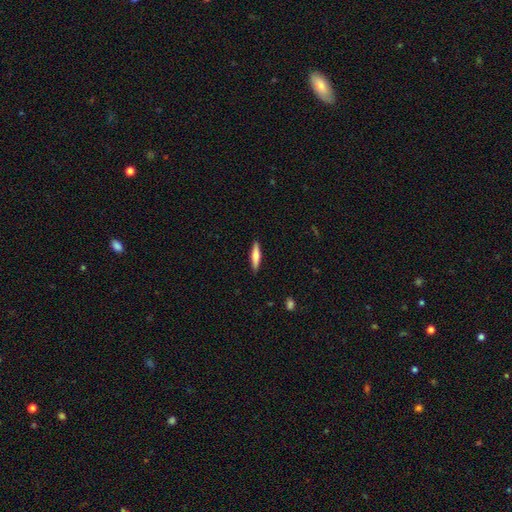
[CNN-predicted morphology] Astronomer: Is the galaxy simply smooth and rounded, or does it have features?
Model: smooth — 64%.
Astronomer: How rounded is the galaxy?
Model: cigar-shaped — 82%.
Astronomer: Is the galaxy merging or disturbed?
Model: none — 89%.